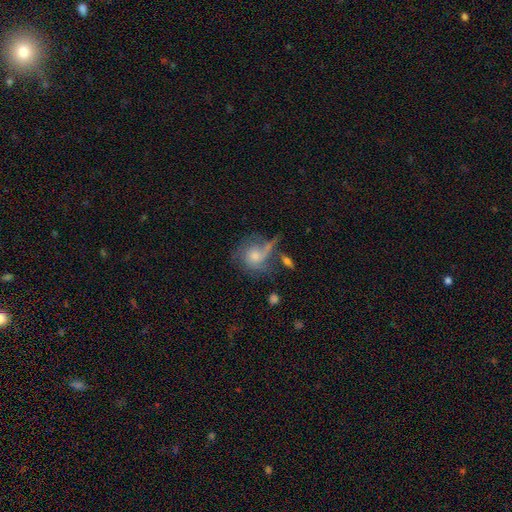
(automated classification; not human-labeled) This appears to be a featured or disk galaxy (52%). Merging: none (41%).